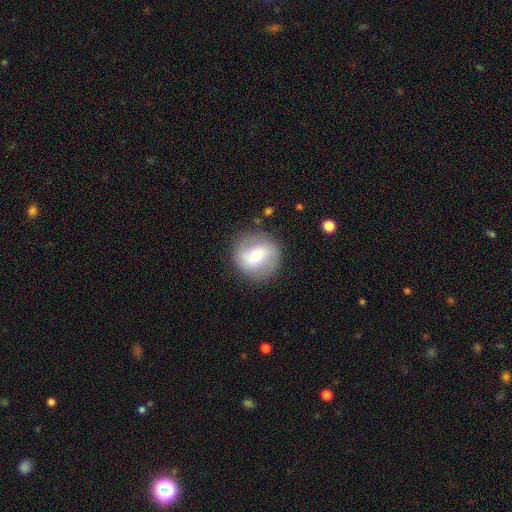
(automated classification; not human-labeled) smooth_or_featured: featured or disk (p=0.47) [alt: smooth p=0.45]
merging: none (p=0.84) [alt: minor disturbance p=0.10]